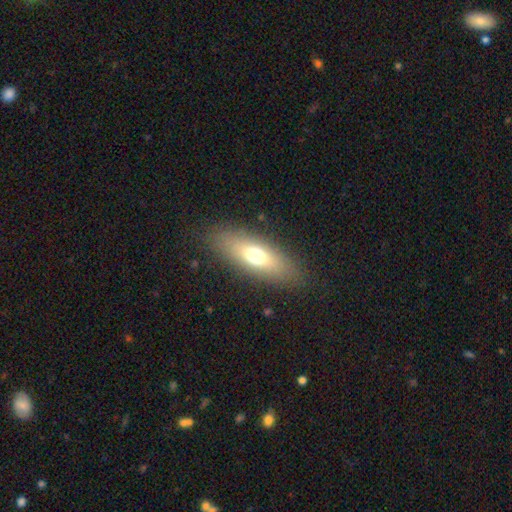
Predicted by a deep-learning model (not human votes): Smooth or featured?
  - smooth: 63% *
  - featured or disk: 27%
  - star or artifact: 10%
How rounded?
  - in between: 66% *
  - cigar-shaped: 28%
  - round: 5%
Merging?
  - none: 85% *
  - minor disturbance: 10%
  - major disturbance: 5%
  - merger: 1%